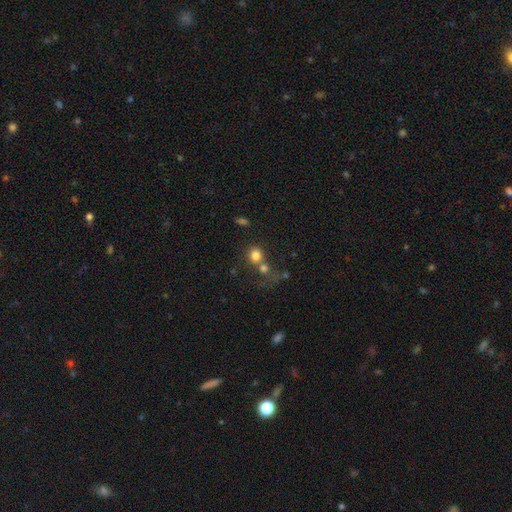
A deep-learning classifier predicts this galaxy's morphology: smooth-or-featured: smooth: 78% | star or artifact: 13% | featured or disk: 9%
  how-rounded: round: 82% | in between: 17% | cigar-shaped: 1%
  merging: none: 47% | merger: 39% | minor disturbance: 8% | major disturbance: 6%